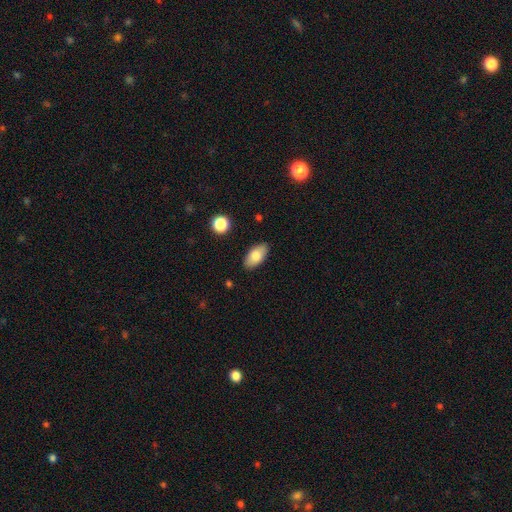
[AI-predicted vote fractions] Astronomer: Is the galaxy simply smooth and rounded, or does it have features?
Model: smooth — 78%.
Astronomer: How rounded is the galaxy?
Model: in between — 93%.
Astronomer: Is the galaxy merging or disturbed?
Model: none — 87%.